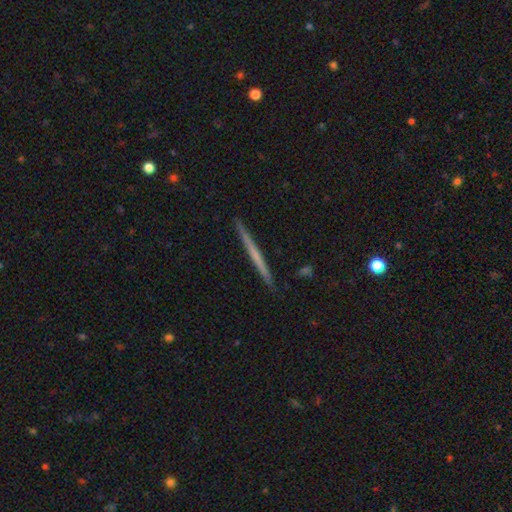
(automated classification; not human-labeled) Smooth or featured?
  - featured or disk: 51% *
  - smooth: 44%
  - star or artifact: 5%
Edge-on disk?
  - yes: 98% *
  - no: 2%
Merging?
  - none: 92% *
  - minor disturbance: 5%
  - major disturbance: 1%
  - merger: 1%